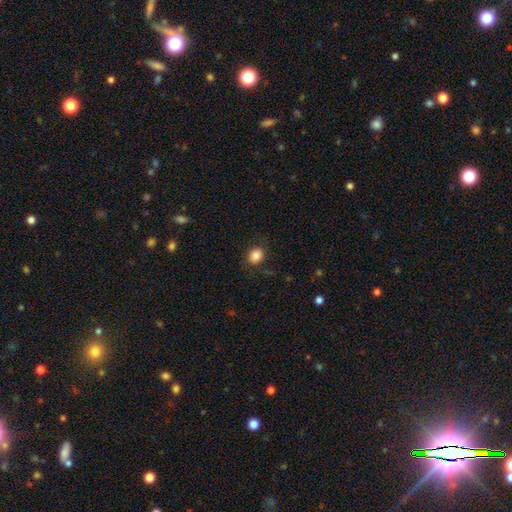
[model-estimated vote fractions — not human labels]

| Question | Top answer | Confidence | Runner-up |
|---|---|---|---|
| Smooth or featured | smooth | 84% | star or artifact (10%) |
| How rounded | round | 66% | in between (33%) |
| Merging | none | 85% | minor disturbance (11%) |